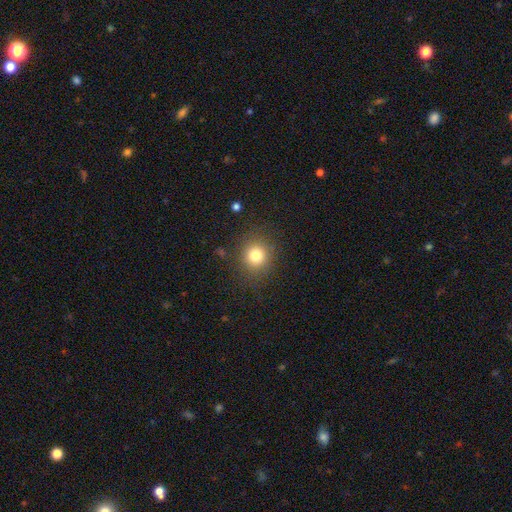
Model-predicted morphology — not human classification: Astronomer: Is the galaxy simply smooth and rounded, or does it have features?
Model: smooth — 80%.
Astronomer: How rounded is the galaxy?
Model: round — 86%.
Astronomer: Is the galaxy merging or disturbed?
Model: none — 86%.